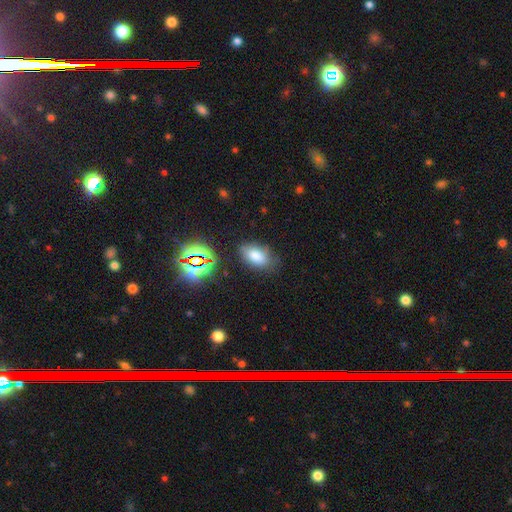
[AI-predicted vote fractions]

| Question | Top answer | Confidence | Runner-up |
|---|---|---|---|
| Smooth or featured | smooth | 75% | star or artifact (15%) |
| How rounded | in between | 90% | round (8%) |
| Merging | none | 76% | minor disturbance (17%) |